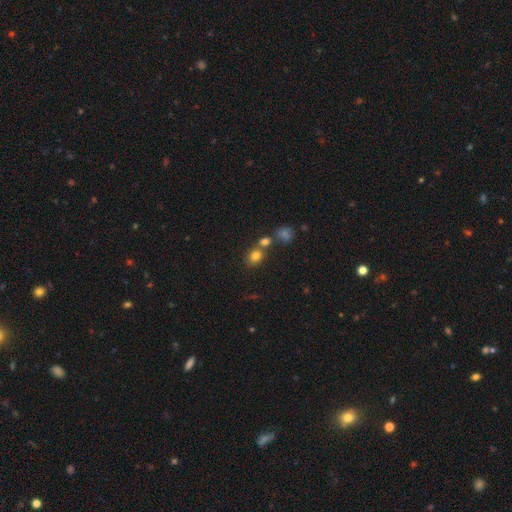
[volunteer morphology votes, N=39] Smooth or featured? 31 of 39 (79%) said smooth. How rounded? 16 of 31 (52%) said round. Merging? 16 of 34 (47%) said merger.